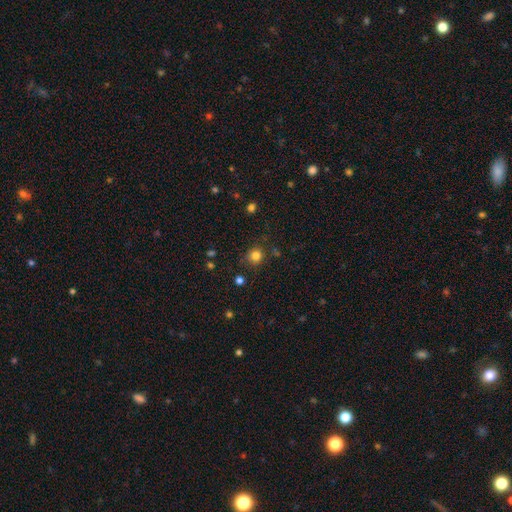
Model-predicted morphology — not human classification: A smooth galaxy with no disk features (81%) that is round (87%).

Vote fractions:
- Smooth or featured? smooth: 81% / star or artifact: 14% / featured or disk: 5%
- How rounded? round: 87% / in between: 12% / cigar-shaped: 1%
- Merging? none: 80% / minor disturbance: 13% / major disturbance: 4% / merger: 3%